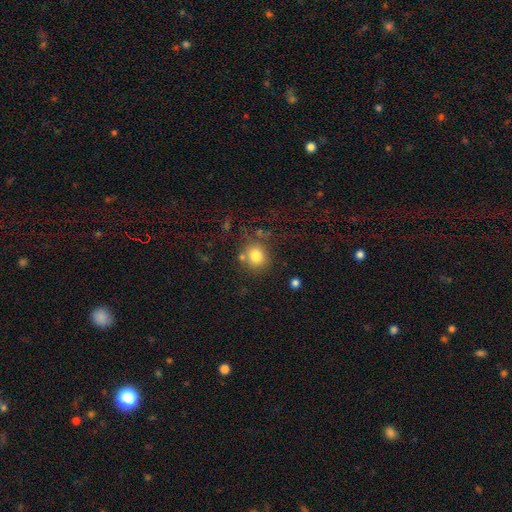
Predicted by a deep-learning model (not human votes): Overall: smooth (79%). How rounded: round (85%). Merging: none (72%).